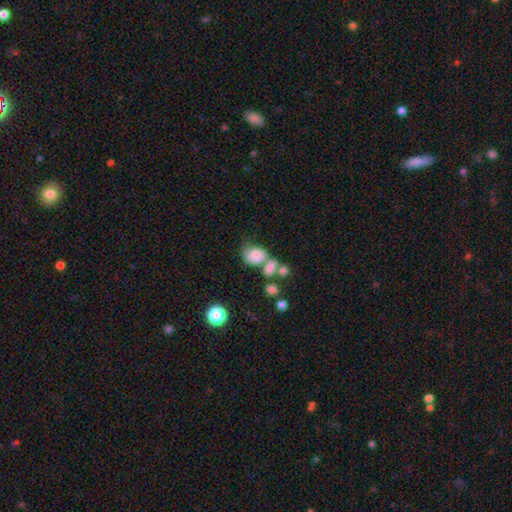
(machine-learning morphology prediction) Q: Smooth or featured?
A: smooth (72%); runner-up: featured or disk (18%)
Q: How rounded?
A: in between (59%); runner-up: round (39%)
Q: Merging?
A: merger (45%); runner-up: none (24%)